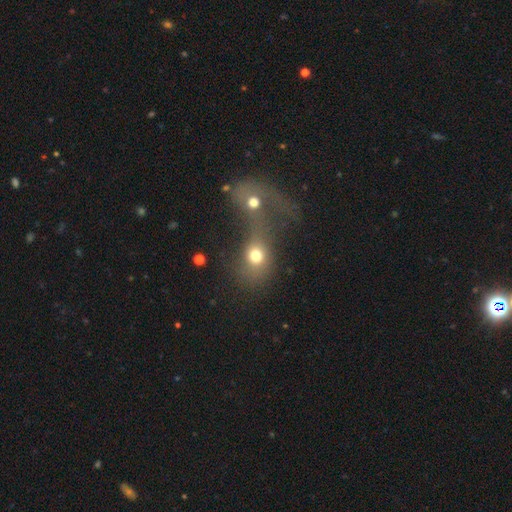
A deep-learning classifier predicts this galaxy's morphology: Overall: smooth (70%). How rounded: round (64%; in between 34%). Merging: merger (63%).